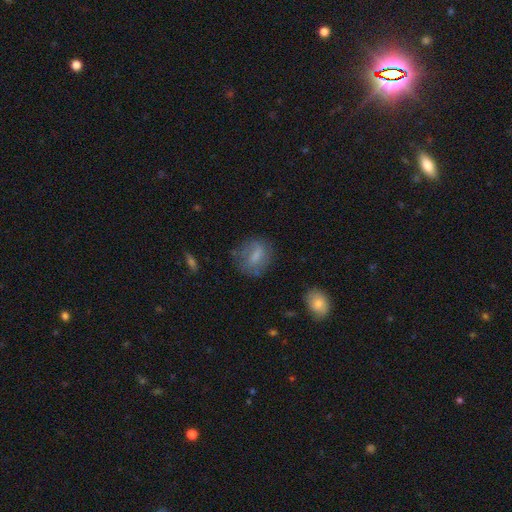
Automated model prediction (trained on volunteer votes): Q: Smooth or featured?
A: smooth (63%); runner-up: featured or disk (27%)
Q: How rounded?
A: in between (52%); runner-up: round (43%)
Q: Merging?
A: none (64%); runner-up: minor disturbance (22%)